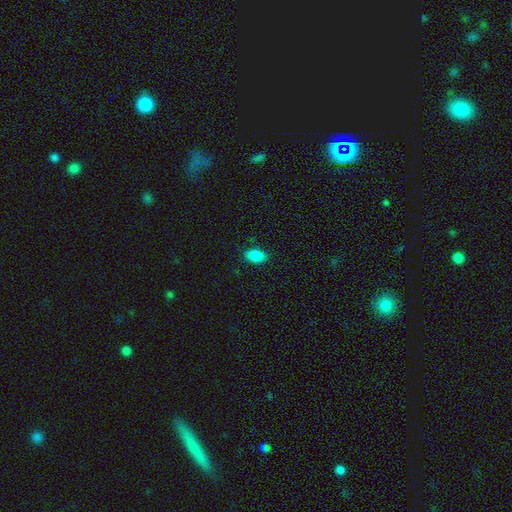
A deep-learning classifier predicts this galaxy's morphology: This is clearly a smooth galaxy (88%). How rounded: clearly in between (90%). Merging: clearly none (86%).